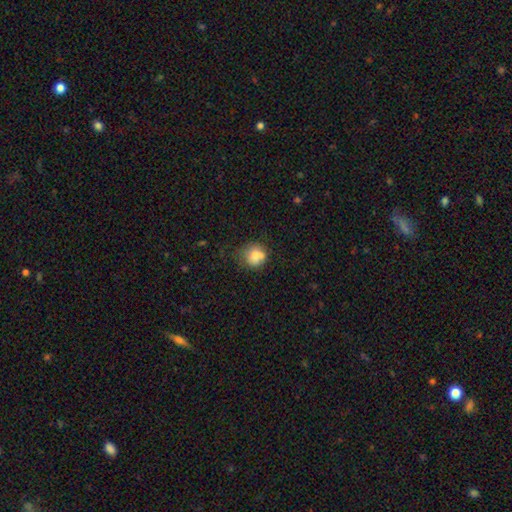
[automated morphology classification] smooth-or-featured: smooth: 75% | featured or disk: 15% | star or artifact: 10%
  how-rounded: round: 83% | in between: 16% | cigar-shaped: 1%
  merging: none: 52% | minor disturbance: 22% | merger: 18% | major disturbance: 8%